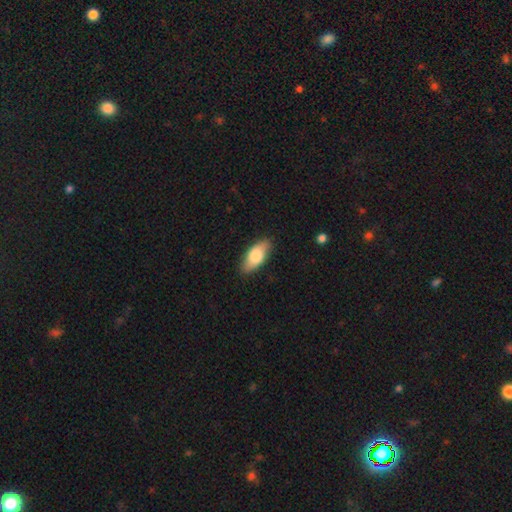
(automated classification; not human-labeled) This is likely a smooth galaxy (77%). How rounded: clearly in between (86%). Merging: clearly none (87%).